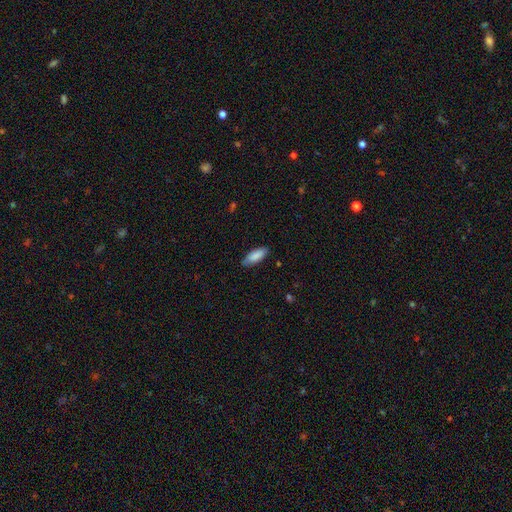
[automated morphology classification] Q: Smooth or featured?
A: smooth (86%); runner-up: featured or disk (8%)
Q: How rounded?
A: in between (76%); runner-up: cigar-shaped (23%)
Q: Merging?
A: none (80%); runner-up: minor disturbance (16%)